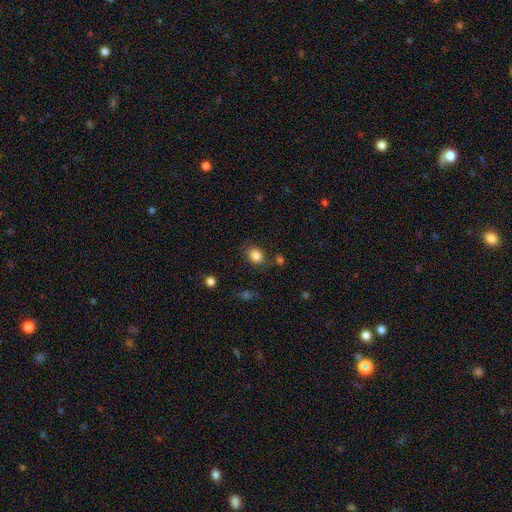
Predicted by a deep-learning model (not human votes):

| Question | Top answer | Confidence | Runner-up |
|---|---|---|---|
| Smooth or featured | smooth | 84% | star or artifact (10%) |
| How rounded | in between | 50% | round (49%) |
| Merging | none | 77% | minor disturbance (14%) |